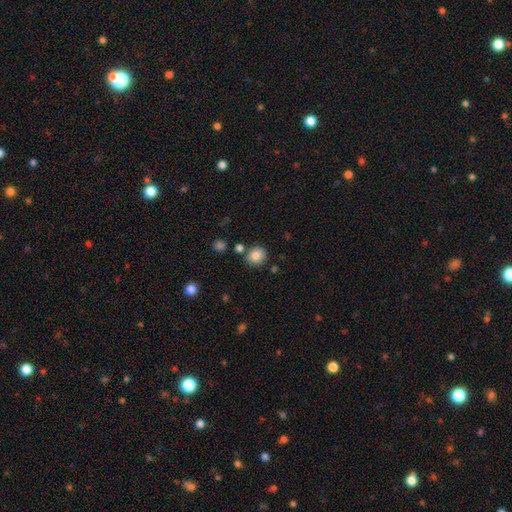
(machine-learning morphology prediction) This is clearly a smooth galaxy (82%). How rounded: clearly round (86%). Merging: clearly none (82%).